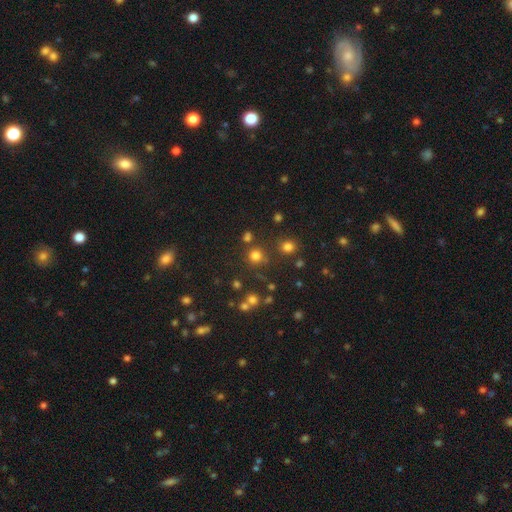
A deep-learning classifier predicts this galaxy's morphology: This is likely a smooth galaxy (74%). How rounded: clearly round (92%). Merging: likely none (79%).